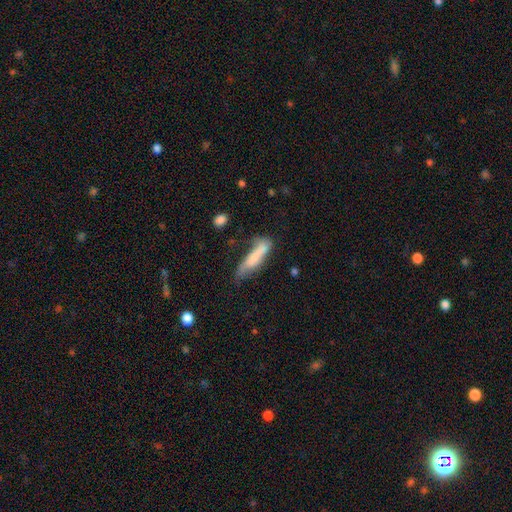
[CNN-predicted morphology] The model was most divided on "merging": none: 45%, minor disturbance: 32%, major disturbance: 16%, merger: 7%. More confident: how rounded — cigar-shaped (76%); smooth or featured — smooth (69%).